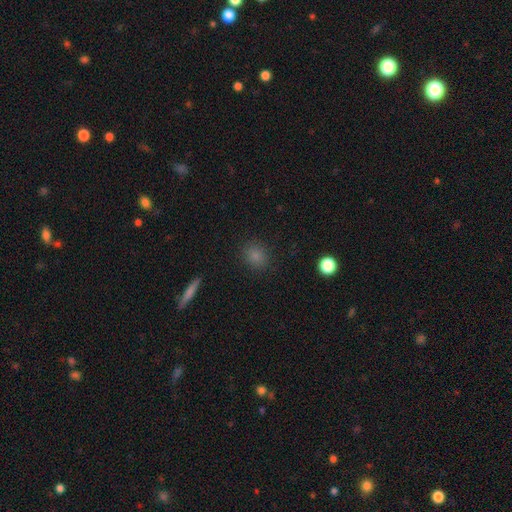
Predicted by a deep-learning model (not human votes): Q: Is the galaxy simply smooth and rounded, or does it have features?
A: smooth — 81%.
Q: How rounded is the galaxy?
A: round — 72%.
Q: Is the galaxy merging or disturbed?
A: none — 88%.